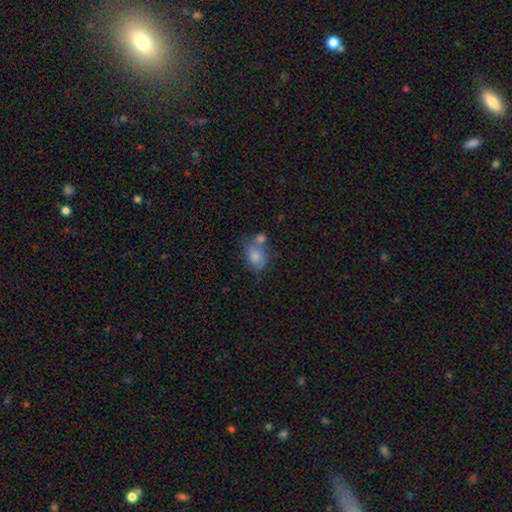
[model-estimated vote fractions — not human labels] A smooth galaxy with no disk features (76%) that is in between round and cigar-shaped (68%). Merging: none (39%).